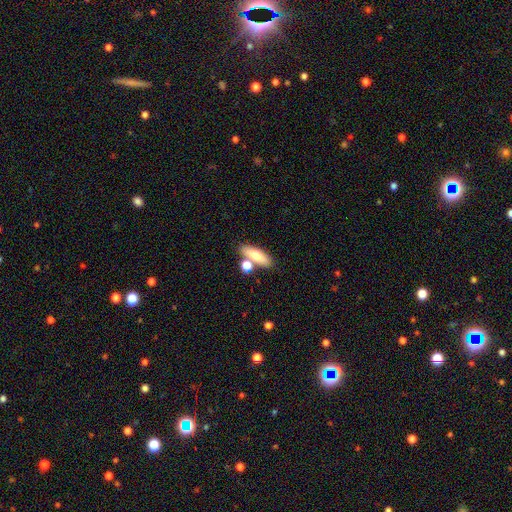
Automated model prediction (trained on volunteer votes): A smooth galaxy with no disk features (73%) that is in between round and cigar-shaped (58%). Merging: none (64%).